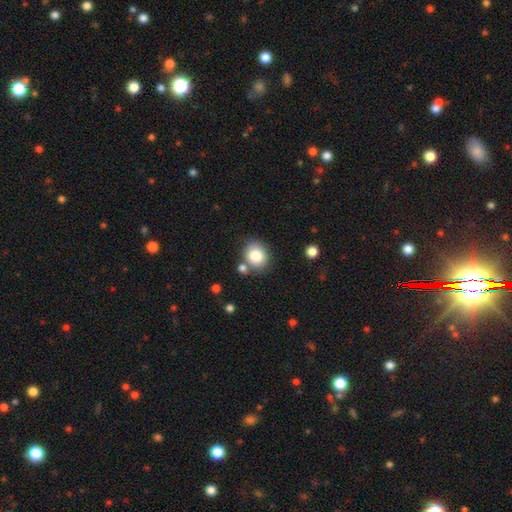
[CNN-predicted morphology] Smooth or featured?
  - smooth: 81% *
  - star or artifact: 10%
  - featured or disk: 10%
How rounded?
  - round: 72% *
  - in between: 27%
  - cigar-shaped: 1%
Merging?
  - none: 73% *
  - merger: 12%
  - minor disturbance: 12%
  - major disturbance: 3%